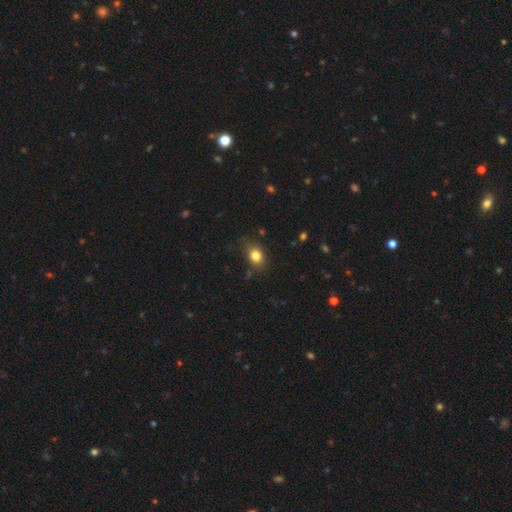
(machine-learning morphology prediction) A smooth galaxy with no disk features (81%) that is in between round and cigar-shaped (61%).

Vote fractions:
- Smooth or featured? smooth: 81% / star or artifact: 11% / featured or disk: 8%
- How rounded? in between: 61% / round: 38% / cigar-shaped: 1%
- Merging? none: 75% / minor disturbance: 18% / major disturbance: 5% / merger: 2%